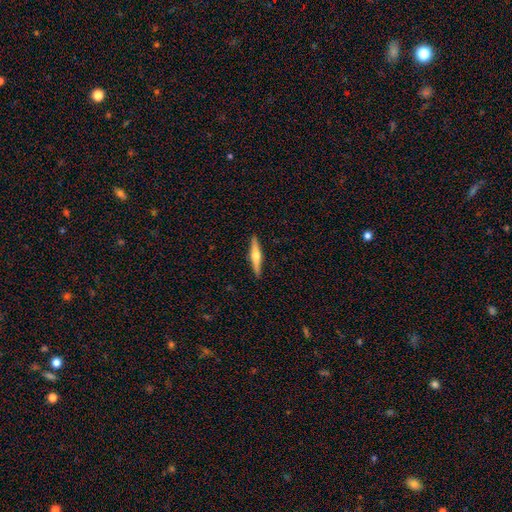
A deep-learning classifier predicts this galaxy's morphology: Smooth or featured? featured or disk (59%)
Edge-on disk? yes (97%)
Edge-on bulge? rounded (89%)
Merging? none (91%)